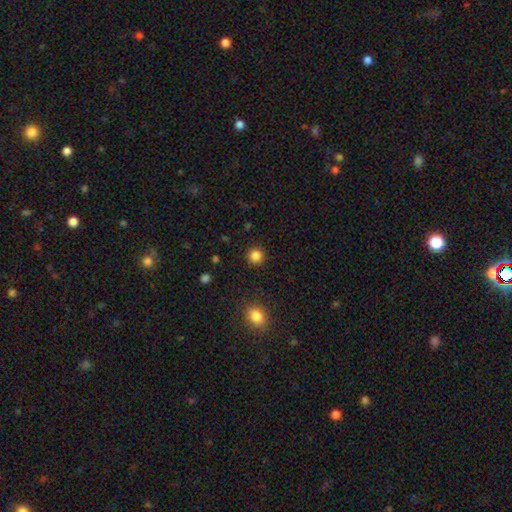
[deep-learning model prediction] Smooth or featured?
  - smooth: 85% *
  - star or artifact: 12%
  - featured or disk: 4%
How rounded?
  - round: 93% *
  - in between: 6%
  - cigar-shaped: 1%
Merging?
  - none: 91% *
  - minor disturbance: 6%
  - major disturbance: 2%
  - merger: 1%